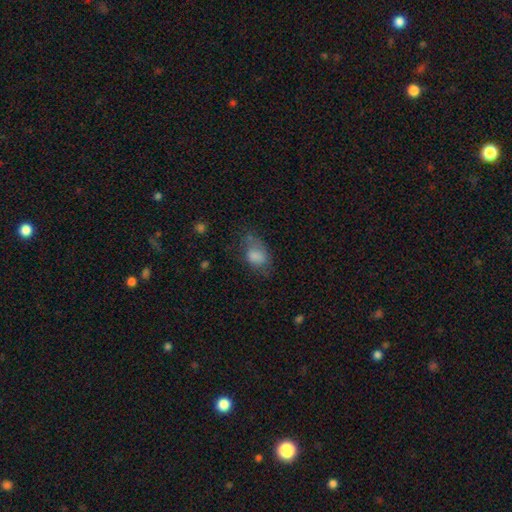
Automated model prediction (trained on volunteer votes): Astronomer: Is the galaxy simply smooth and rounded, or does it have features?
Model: smooth — 73%.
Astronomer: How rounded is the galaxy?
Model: in between — 83%.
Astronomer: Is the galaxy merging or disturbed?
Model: none — 43% (runner-up: minor disturbance, 30%).